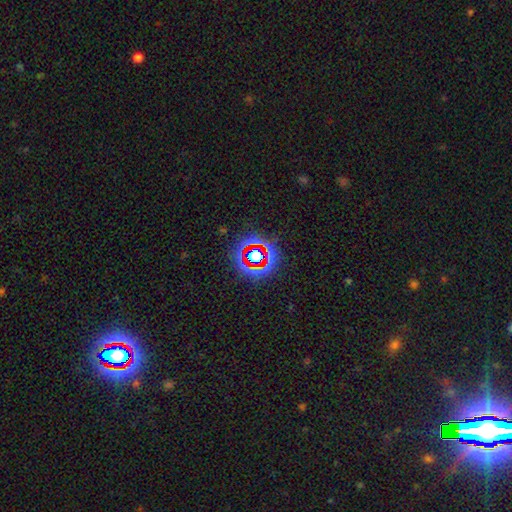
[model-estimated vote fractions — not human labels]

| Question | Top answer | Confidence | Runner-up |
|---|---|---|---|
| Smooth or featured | star or artifact | 66% | smooth (21%) |